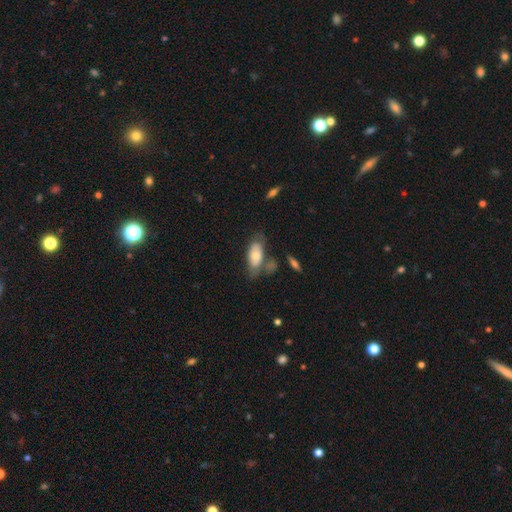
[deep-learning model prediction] smooth 70%, featured or disk 24%, star or artifact 6%. Down the decision tree: how rounded — in between (87%); merging — none (51%).